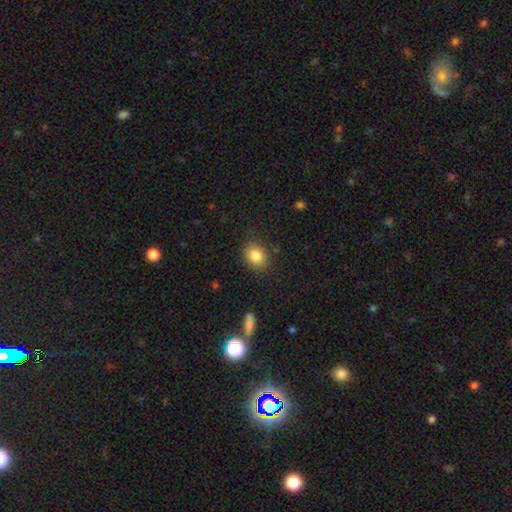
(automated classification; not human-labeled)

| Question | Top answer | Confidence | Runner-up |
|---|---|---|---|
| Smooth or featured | smooth | 85% | star or artifact (9%) |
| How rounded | in between | 55% | round (44%) |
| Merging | none | 84% | minor disturbance (11%) |